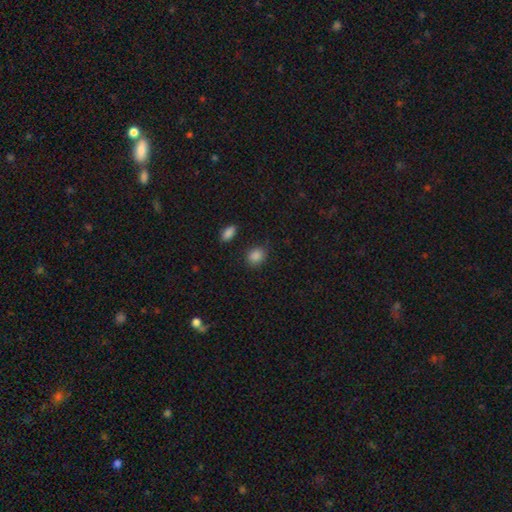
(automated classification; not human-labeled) A smooth galaxy with no disk features (87%) that is round (53%). Merging: none (81%).